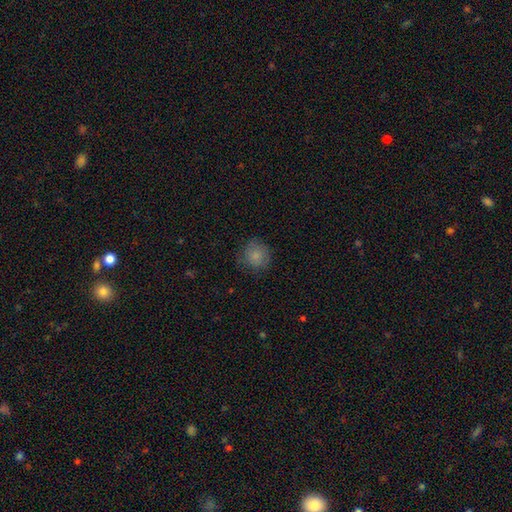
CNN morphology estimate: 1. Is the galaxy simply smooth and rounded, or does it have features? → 84% smooth, 9% star or artifact, 7% featured or disk.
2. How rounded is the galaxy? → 89% round, 10% in between, 1% cigar-shaped.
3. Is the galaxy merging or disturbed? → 79% none, 16% minor disturbance, 4% major disturbance, 1% merger.